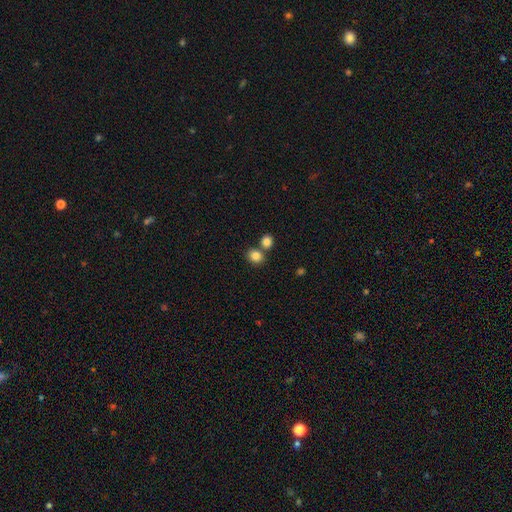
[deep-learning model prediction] Morphology: type=smooth (83%); roundness=round (73%); merging=none (61%).